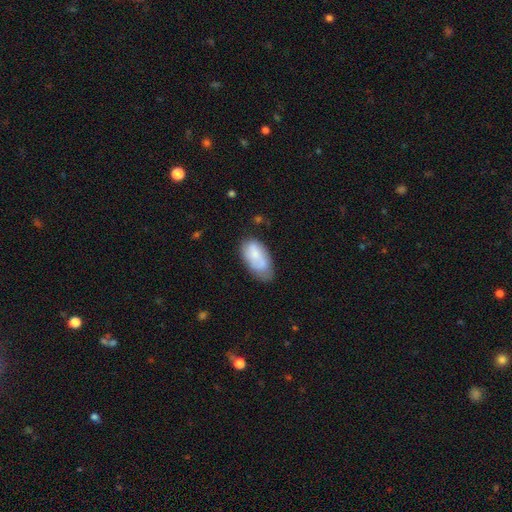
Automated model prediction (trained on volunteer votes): smooth-or-featured: smooth: 66% | featured or disk: 27% | star or artifact: 7%
  how-rounded: in between: 94% | round: 3% | cigar-shaped: 3%
  merging: none: 48% | minor disturbance: 35% | major disturbance: 11% | merger: 5%